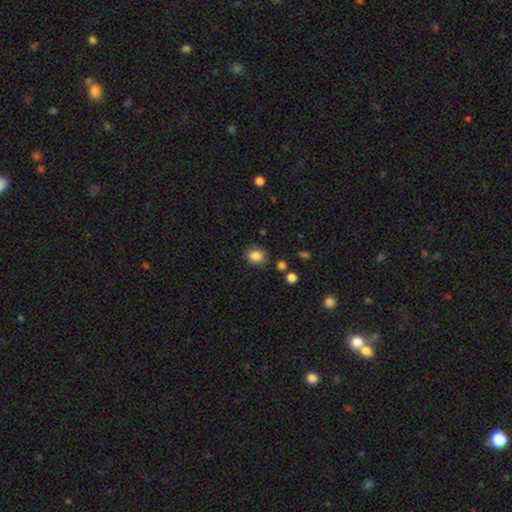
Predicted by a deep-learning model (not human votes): Q: Smooth or featured?
A: smooth (86%); runner-up: star or artifact (10%)
Q: How rounded?
A: round (62%); runner-up: in between (37%)
Q: Merging?
A: none (82%); runner-up: minor disturbance (11%)